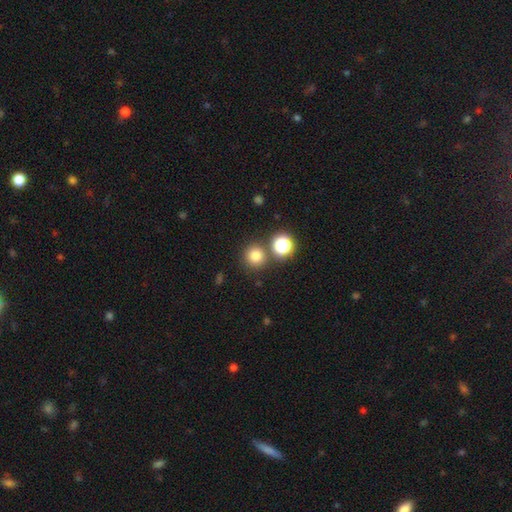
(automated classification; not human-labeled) Q: Smooth or featured?
A: smooth (77%); runner-up: star or artifact (17%)
Q: How rounded?
A: round (94%); runner-up: in between (5%)
Q: Merging?
A: none (79%); runner-up: merger (12%)